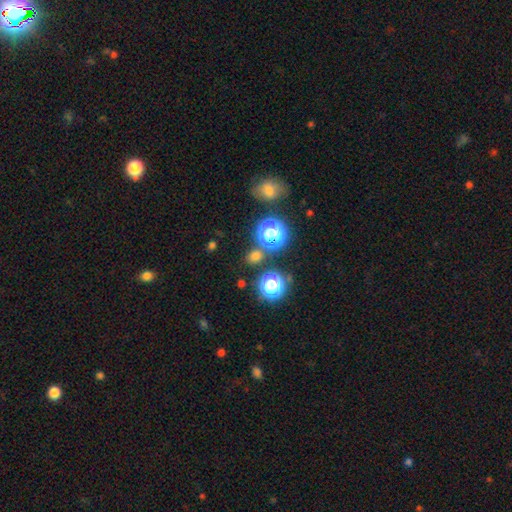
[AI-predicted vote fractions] A smooth galaxy with no disk features (62%) that is round (71%). Merging: none (79%).